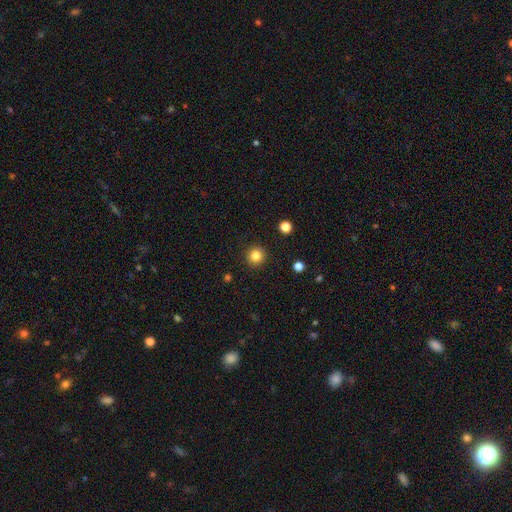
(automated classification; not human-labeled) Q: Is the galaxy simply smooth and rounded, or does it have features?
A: smooth — 84%.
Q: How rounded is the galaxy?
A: round — 95%.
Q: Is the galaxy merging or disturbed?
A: none — 92%.